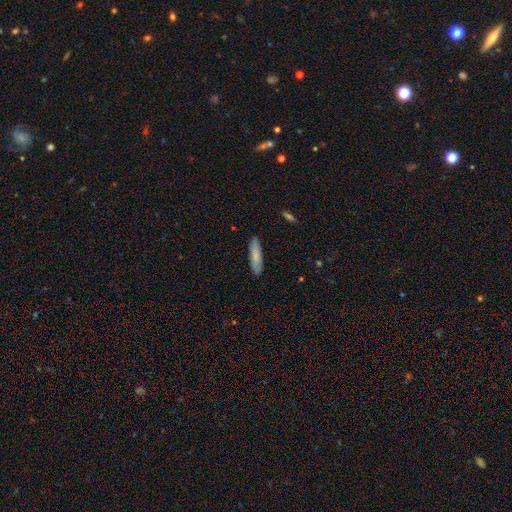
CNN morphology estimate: The model was most divided on "how rounded": cigar-shaped: 75%, in between: 24%, round: 1%. More confident: merging — none (88%); smooth or featured — smooth (80%).